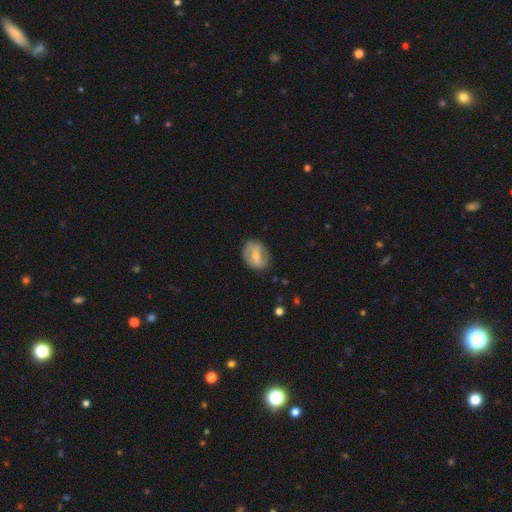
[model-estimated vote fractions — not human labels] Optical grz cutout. It shows a featured or disk galaxy (59%) with a strong bar (41%), spiral arms (57%) and a small central bulge (47%, tied with moderate). Merging: none (77%).